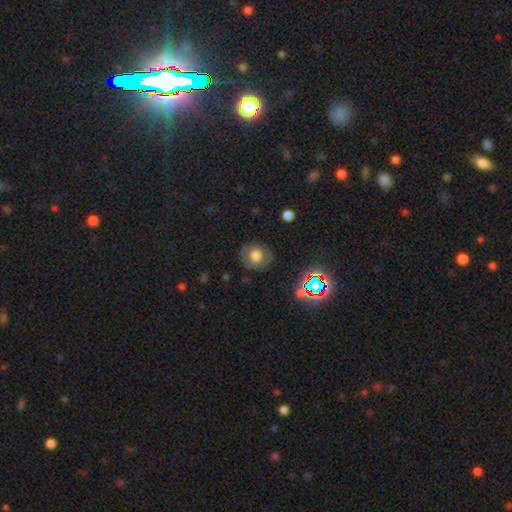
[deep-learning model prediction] Smooth or featured?
  - smooth: 63% *
  - featured or disk: 23%
  - star or artifact: 14%
How rounded?
  - round: 81% *
  - in between: 18%
  - cigar-shaped: 1%
Merging?
  - none: 81% *
  - minor disturbance: 12%
  - major disturbance: 5%
  - merger: 1%